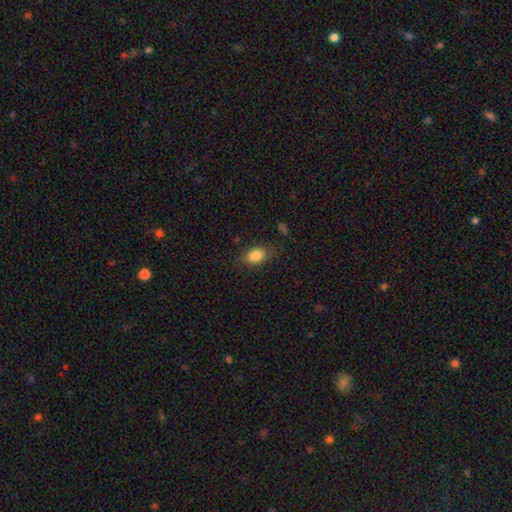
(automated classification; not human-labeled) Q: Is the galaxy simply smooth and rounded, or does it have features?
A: smooth — 84%.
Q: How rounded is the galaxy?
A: in between — 80%.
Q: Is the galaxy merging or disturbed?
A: none — 78%.